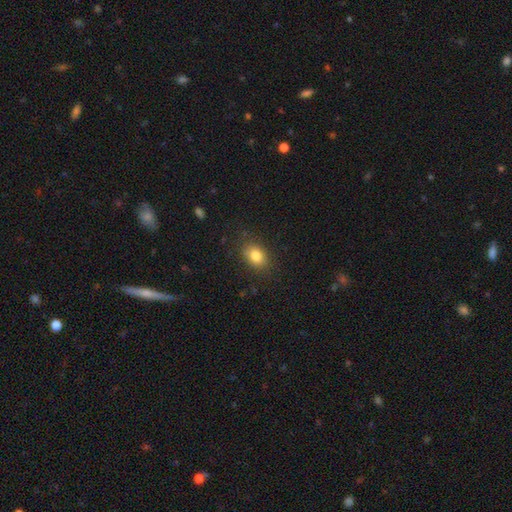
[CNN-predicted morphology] smooth_or_featured: smooth (p=0.82) [alt: star or artifact p=0.10]
how_rounded: in between (p=0.70) [alt: round p=0.29]
merging: none (p=0.84) [alt: minor disturbance p=0.12]